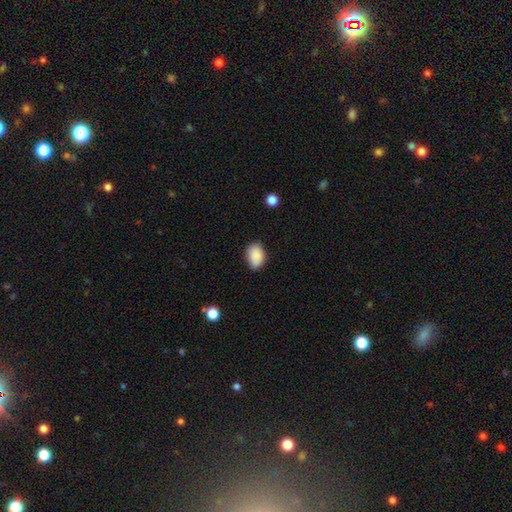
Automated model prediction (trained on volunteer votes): Smooth or featured? Predicted: smooth (p=0.88). How rounded? Predicted: in between (p=0.82). Merging? Predicted: none (p=0.76).